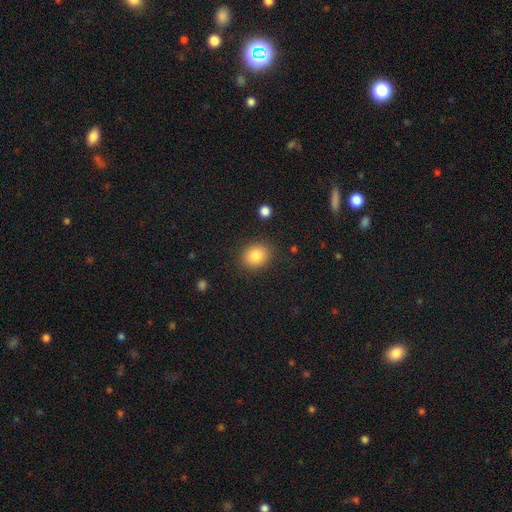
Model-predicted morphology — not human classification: Smooth or featured? Predicted: smooth (p=0.83). How rounded? Predicted: round (p=0.68). Merging? Predicted: none (p=0.87).